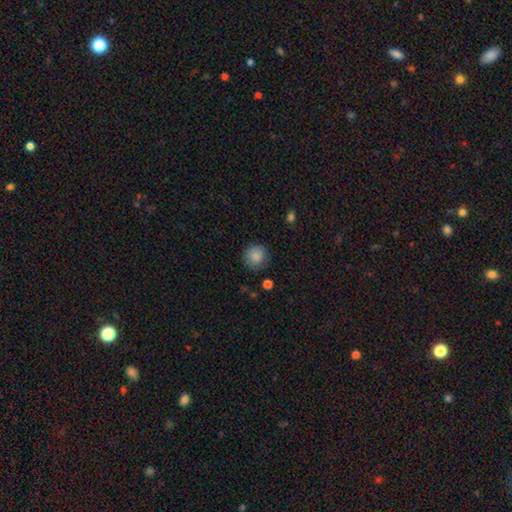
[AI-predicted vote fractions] A smooth galaxy with no disk features (86%) that is round (92%).

Vote fractions:
- Smooth or featured? smooth: 86% / star or artifact: 9% / featured or disk: 5%
- How rounded? round: 92% / in between: 7% / cigar-shaped: 1%
- Merging? none: 84% / minor disturbance: 11% / major disturbance: 3% / merger: 1%